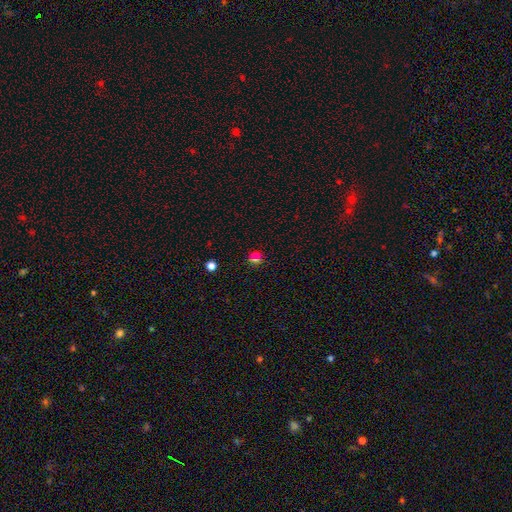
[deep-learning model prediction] smooth-or-featured: smooth: 56% | star or artifact: 35% | featured or disk: 9%
  how-rounded: round: 88% | in between: 10% | cigar-shaped: 2%
  merging: none: 78% | minor disturbance: 10% | merger: 8% | major disturbance: 5%